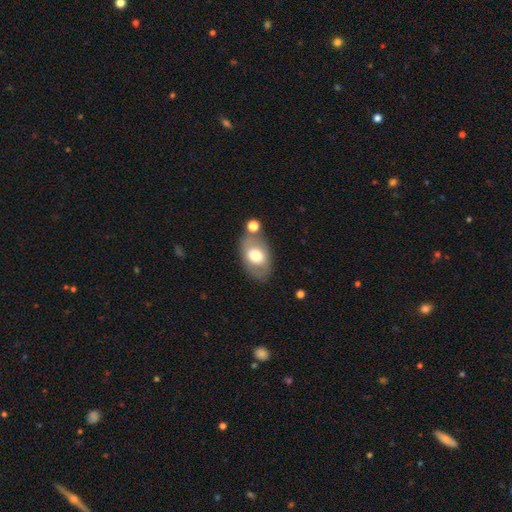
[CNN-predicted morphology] Smooth or featured?
  - smooth: 62% *
  - featured or disk: 31%
  - star or artifact: 7%
How rounded?
  - in between: 86% *
  - round: 12%
  - cigar-shaped: 1%
Merging?
  - none: 65% *
  - minor disturbance: 16%
  - merger: 13%
  - major disturbance: 6%